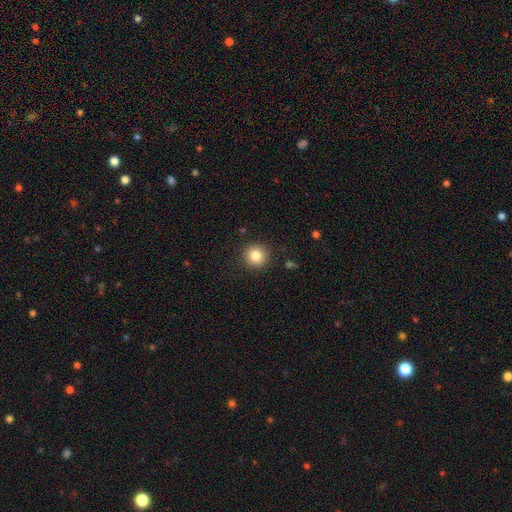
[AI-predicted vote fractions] Morphology: type=smooth (83%); roundness=round (94%); merging=none (90%).